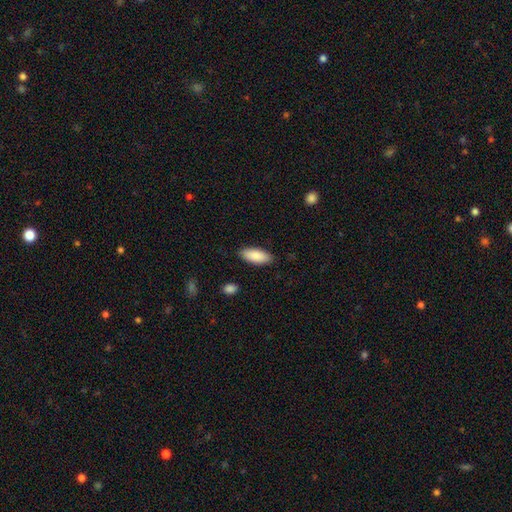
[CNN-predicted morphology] Overall: smooth (88%). How rounded: in between (83%). Merging: none (87%).